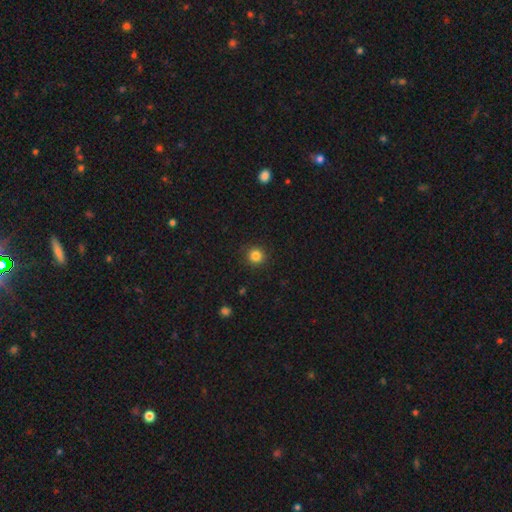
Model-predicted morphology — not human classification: smooth-or-featured: smooth: 84% | star or artifact: 12% | featured or disk: 4%
  how-rounded: round: 93% | in between: 6% | cigar-shaped: 1%
  merging: none: 90% | minor disturbance: 7% | major disturbance: 2% | merger: 1%